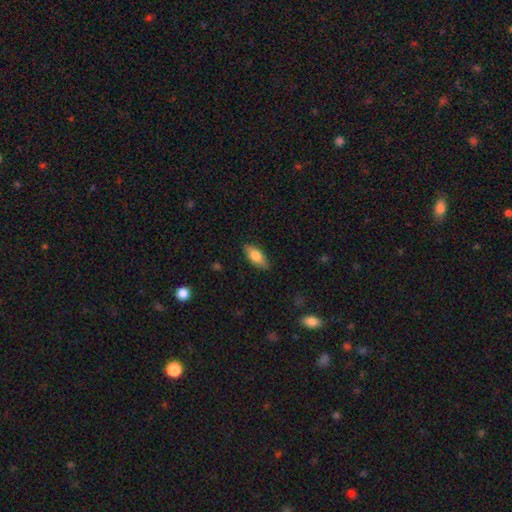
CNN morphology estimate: smooth-or-featured: smooth: 76% | featured or disk: 18% | star or artifact: 6%
  how-rounded: in between: 81% | cigar-shaped: 16% | round: 3%
  merging: none: 86% | minor disturbance: 11% | major disturbance: 2% | merger: 1%